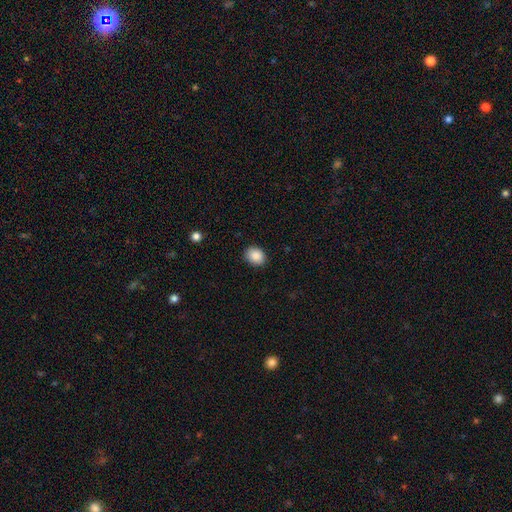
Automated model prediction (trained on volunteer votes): This appears to be a smooth galaxy with no disk features (88%) that is round (50%). Merging: none (88%).